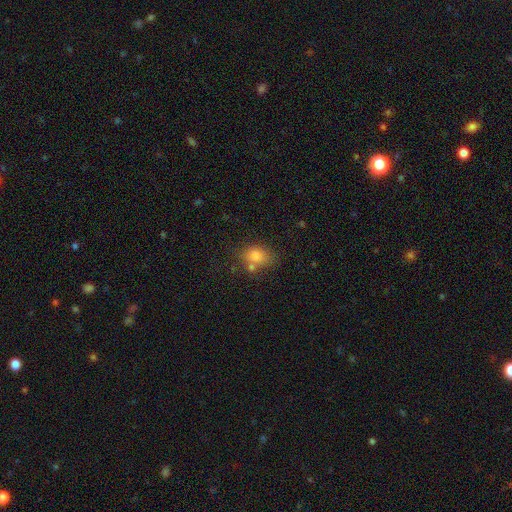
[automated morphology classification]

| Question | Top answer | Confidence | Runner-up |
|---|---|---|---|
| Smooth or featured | smooth | 79% | star or artifact (13%) |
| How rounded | in between | 66% | round (32%) |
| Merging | none | 61% | minor disturbance (18%) |